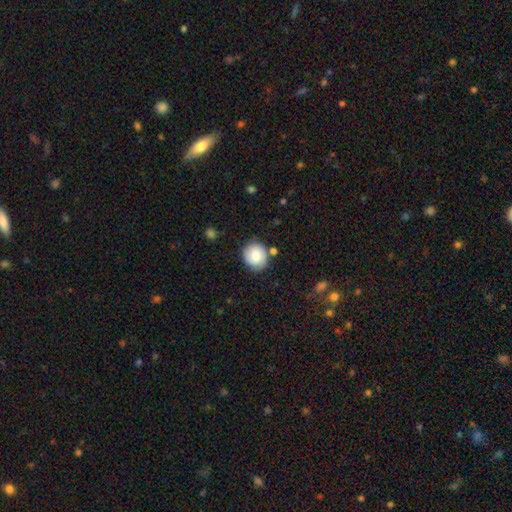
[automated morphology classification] Overall: smooth (80%). How rounded: round (81%). Merging: none (78%).